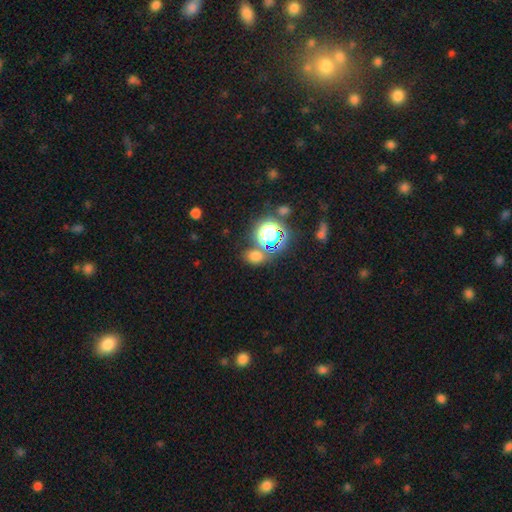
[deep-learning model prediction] The model was most divided on "how rounded": in between: 50%, round: 48%, cigar-shaped: 2%. More confident: merging — none (66%); smooth or featured — smooth (62%).